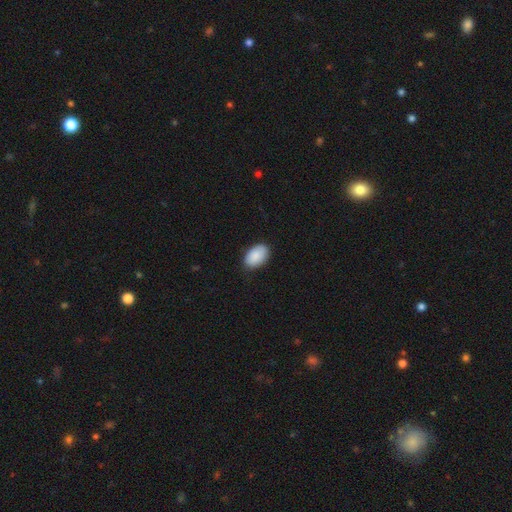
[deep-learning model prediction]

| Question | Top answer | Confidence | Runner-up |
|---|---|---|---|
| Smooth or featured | smooth | 90% | star or artifact (6%) |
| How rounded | in between | 92% | round (7%) |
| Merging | none | 83% | minor disturbance (13%) |